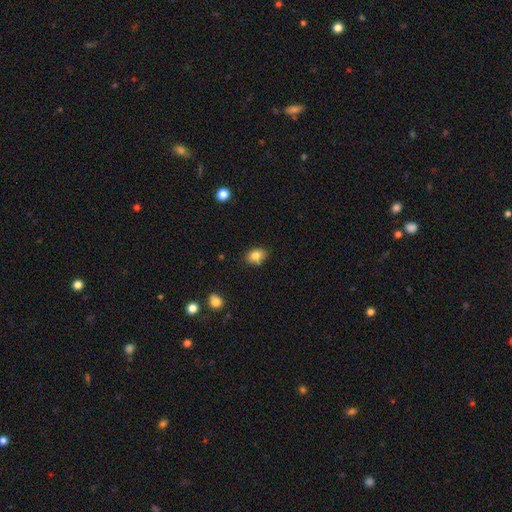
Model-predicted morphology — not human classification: Smooth or featured: smooth — 83% (star or artifact — 10%)
How rounded: in between — 71% (round — 28%)
Merging: none — 81% (minor disturbance — 14%)